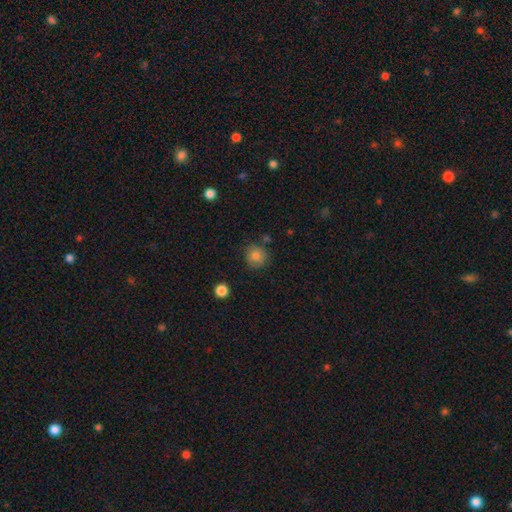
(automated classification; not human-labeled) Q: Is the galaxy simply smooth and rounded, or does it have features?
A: smooth — 83%.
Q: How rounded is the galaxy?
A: round — 92%.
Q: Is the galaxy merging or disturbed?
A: none — 81%.